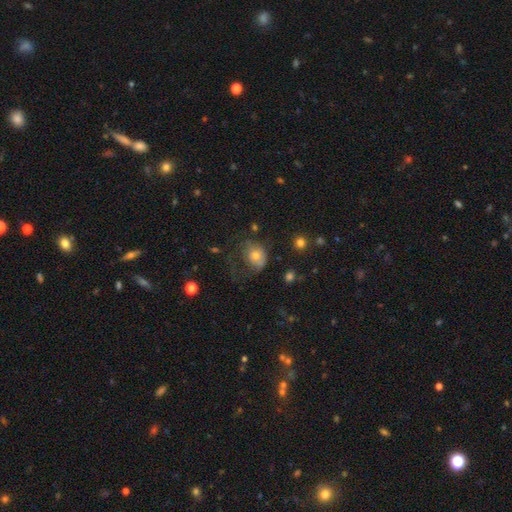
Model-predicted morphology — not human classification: This appears to be a smooth galaxy with no disk features (68%) that is round (56%). Merging: major disturbance (38%).